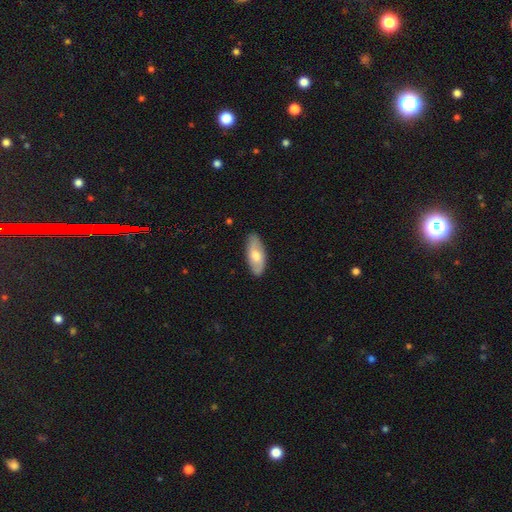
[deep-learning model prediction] The model was most divided on "smooth or featured": smooth: 60%, featured or disk: 35%, star or artifact: 5%. More confident: merging — none (85%); how rounded — in between (84%).